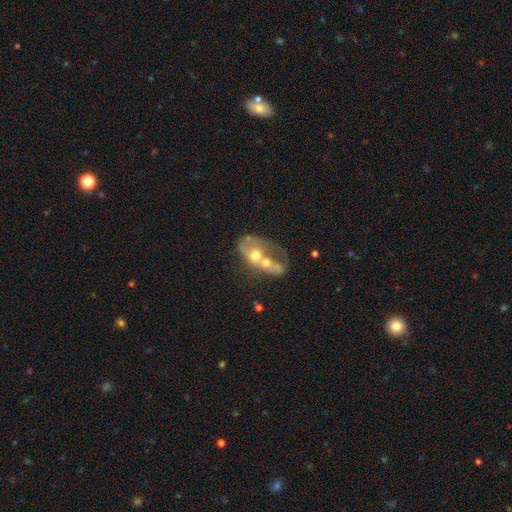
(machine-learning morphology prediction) This is possibly a featured or disk galaxy (53%). It is clearly not viewed edge-on (95%). Bar: clearly no (85%). Spiral arm pattern: likely no (74%). Central bulge: likely moderate (65%). Merging: likely merger (77%).